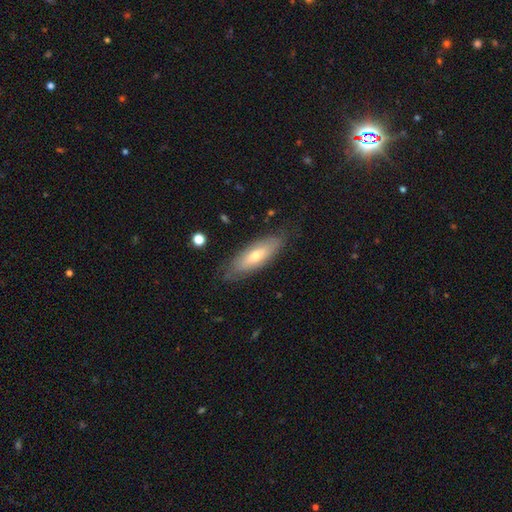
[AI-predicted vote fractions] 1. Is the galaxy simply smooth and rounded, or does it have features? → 53% smooth, 40% featured or disk, 6% star or artifact.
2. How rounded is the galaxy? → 58% in between, 40% cigar-shaped, 2% round.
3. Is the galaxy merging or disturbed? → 78% none, 16% minor disturbance, 4% major disturbance, 1% merger.